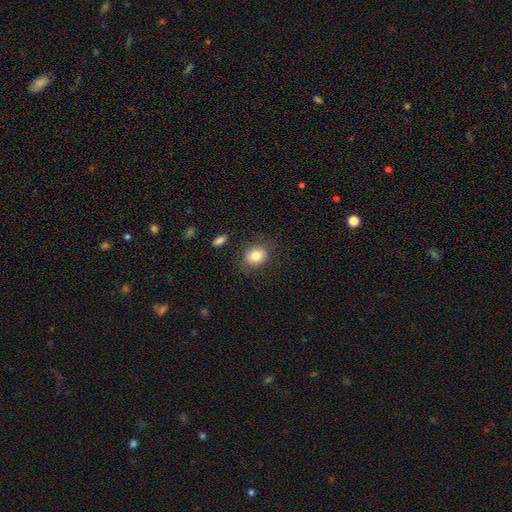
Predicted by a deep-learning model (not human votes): This appears to be a smooth galaxy with no disk features (81%) that is round (59%). Merging: none (81%).